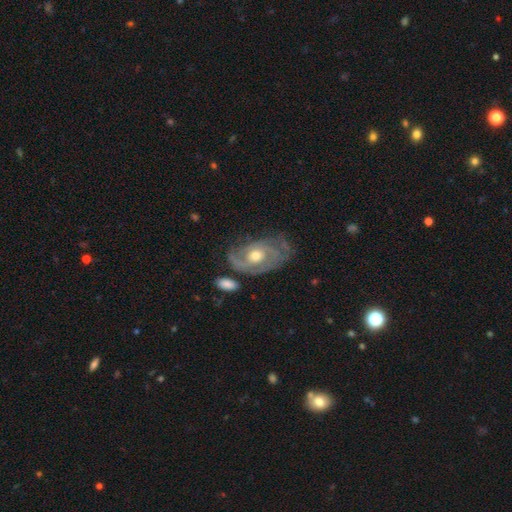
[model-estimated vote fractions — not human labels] smooth_or_featured: featured or disk (p=0.83) [alt: smooth p=0.11]
disk_edge_on: no (p=0.96) [alt: yes p=0.04]
bar: no (p=0.73) [alt: weak p=0.22]
has_spiral_arms: yes (p=0.91) [alt: no p=0.09]
spiral_winding: tight (p=0.59) [alt: medium p=0.32]
spiral_arm_count: 2 (p=0.42) [alt: can't tell p=0.30]
bulge_size: moderate (p=0.66) [alt: small p=0.28]
merging: none (p=0.57) [alt: minor disturbance p=0.24]